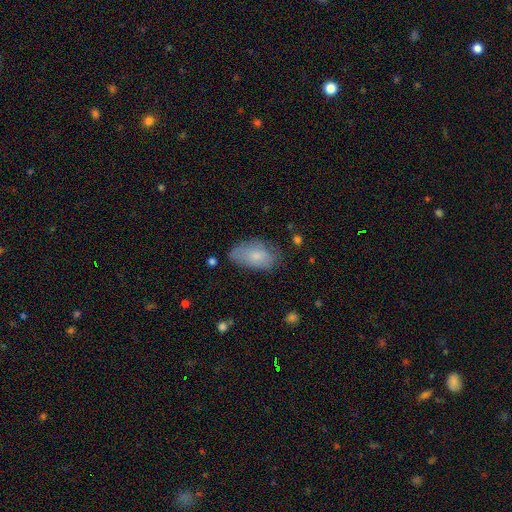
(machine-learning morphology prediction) Smooth or featured? smooth (75%)
How rounded? in between (93%)
Merging? none (59%)